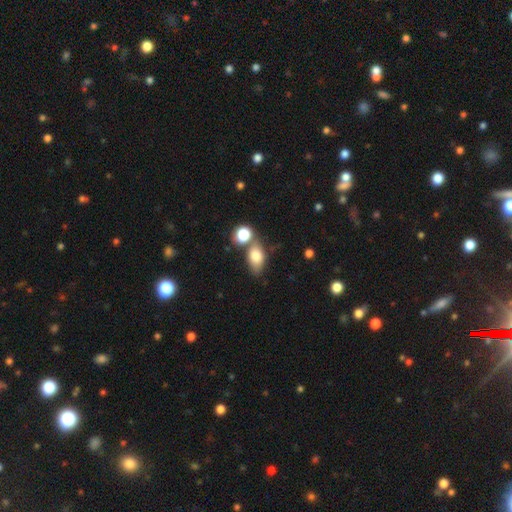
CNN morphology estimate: Q: Smooth or featured?
A: smooth (78%); runner-up: featured or disk (13%)
Q: How rounded?
A: in between (83%); runner-up: round (13%)
Q: Merging?
A: none (51%); runner-up: merger (28%)